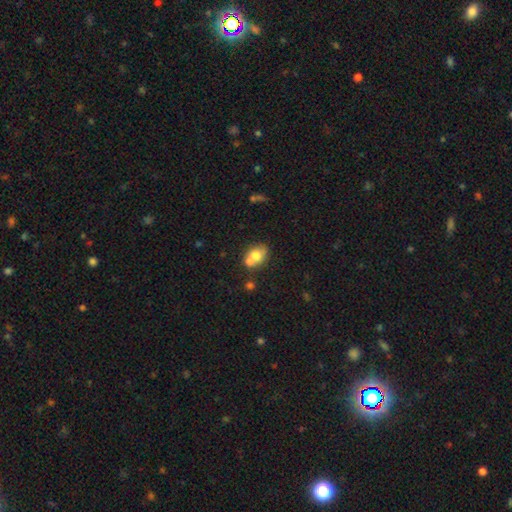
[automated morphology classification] A smooth galaxy with no disk features (70%) that is round (50%).

Vote fractions:
- Smooth or featured? smooth: 70% / featured or disk: 20% / star or artifact: 10%
- How rounded? round: 50% / in between: 49% / cigar-shaped: 1%
- Merging? merger: 46% / none: 38% / minor disturbance: 12% / major disturbance: 5%